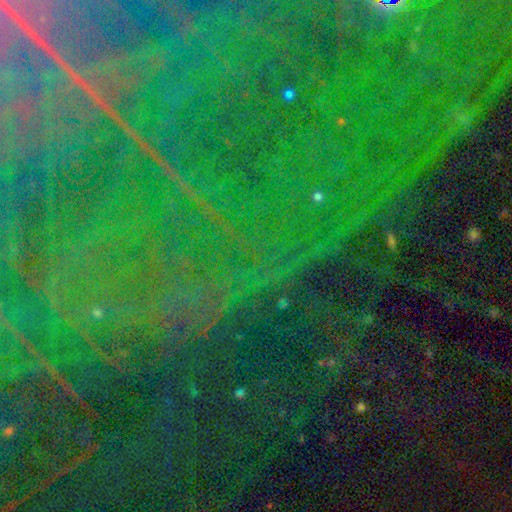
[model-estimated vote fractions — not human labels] This is clearly a star or artifact rather than a galaxy (87%).